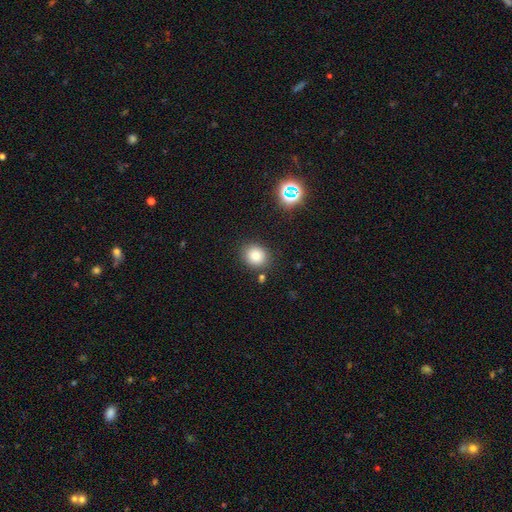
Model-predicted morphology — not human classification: Q: Smooth or featured?
A: smooth (80%); runner-up: star or artifact (13%)
Q: How rounded?
A: round (76%); runner-up: in between (23%)
Q: Merging?
A: none (84%); runner-up: minor disturbance (9%)